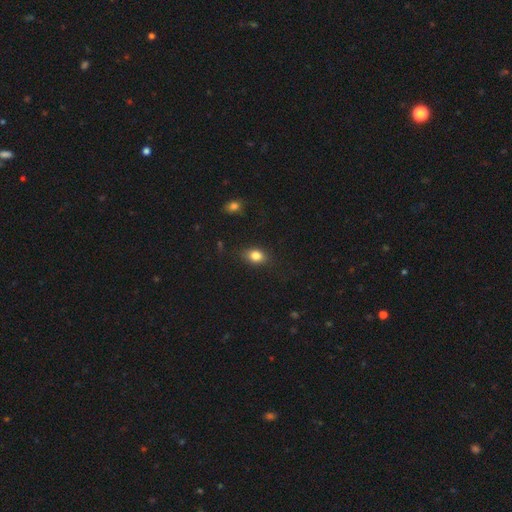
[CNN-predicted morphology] A smooth galaxy with no disk features (83%) that is in between round and cigar-shaped (73%). Merging: none (82%).